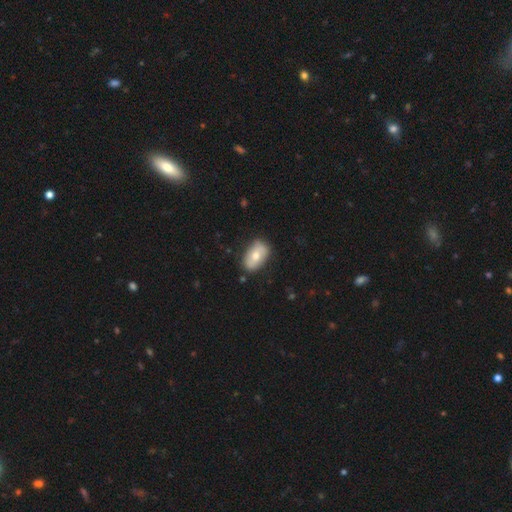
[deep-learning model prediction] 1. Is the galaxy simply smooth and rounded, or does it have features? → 65% smooth, 29% featured or disk, 6% star or artifact.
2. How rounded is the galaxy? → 90% in between, 8% round, 2% cigar-shaped.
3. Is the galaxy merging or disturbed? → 80% none, 16% minor disturbance, 3% major disturbance, 2% merger.